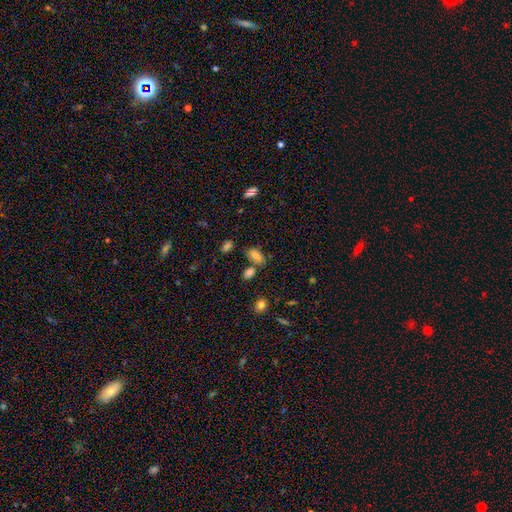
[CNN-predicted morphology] type=smooth (77%); roundness=in between (88%); merging=none (58%).